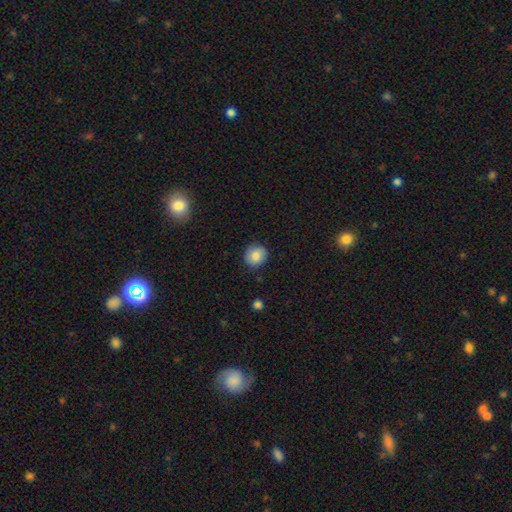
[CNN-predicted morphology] The model was most divided on "how rounded": round: 87%, in between: 12%, cigar-shaped: 1%. More confident: merging — none (86%); smooth or featured — smooth (84%).